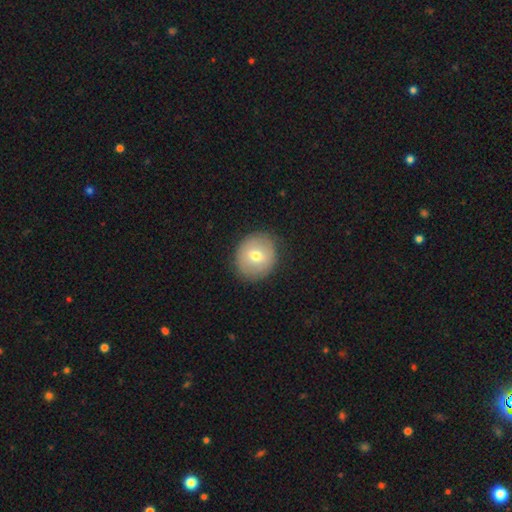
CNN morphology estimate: Smooth or featured? Predicted: smooth (p=0.65). How rounded? Predicted: round (p=0.82). Merging? Predicted: none (p=0.85).